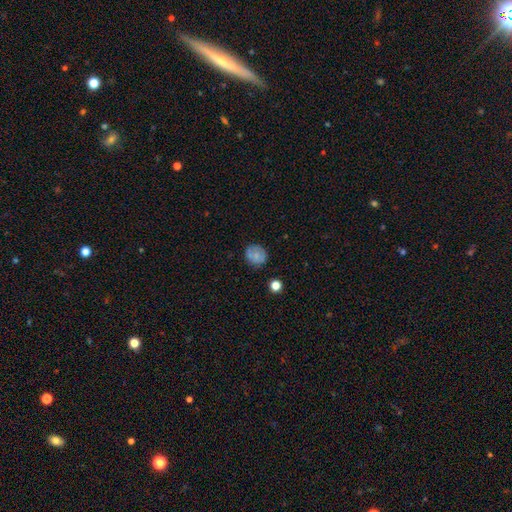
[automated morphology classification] Q: Smooth or featured?
A: smooth (69%); runner-up: featured or disk (21%)
Q: How rounded?
A: round (79%); runner-up: in between (20%)
Q: Merging?
A: none (77%); runner-up: minor disturbance (16%)